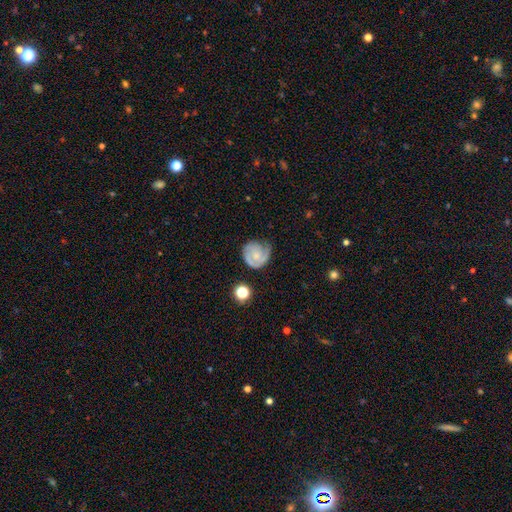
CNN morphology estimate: Smooth or featured? Predicted: featured or disk (p=0.71). Edge-on disk? Predicted: no (p=0.98). Bar? Predicted: no (p=0.73). Spiral arms? Predicted: yes (p=0.93). Spiral winding? Predicted: tight (p=0.59). Spiral arm count? Predicted: 2 (p=0.42). Bulge size? Predicted: small (p=0.57). Merging? Predicted: none (p=0.62).